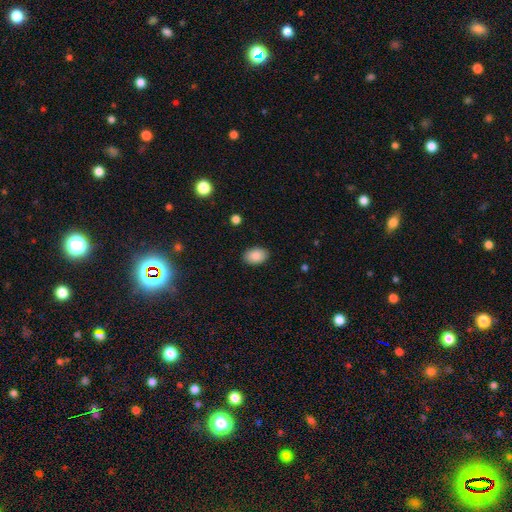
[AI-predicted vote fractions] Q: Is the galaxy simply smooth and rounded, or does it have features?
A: smooth — 89%.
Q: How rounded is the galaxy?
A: in between — 87%.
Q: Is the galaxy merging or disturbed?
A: none — 89%.